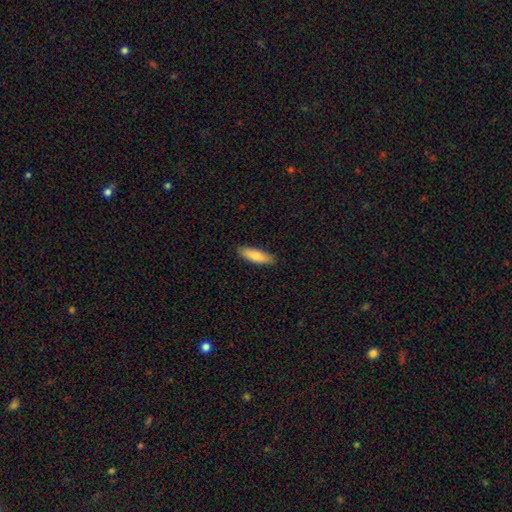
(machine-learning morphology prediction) This is likely a smooth galaxy (79%). How rounded: possibly cigar-shaped (53%). Merging: clearly none (89%).